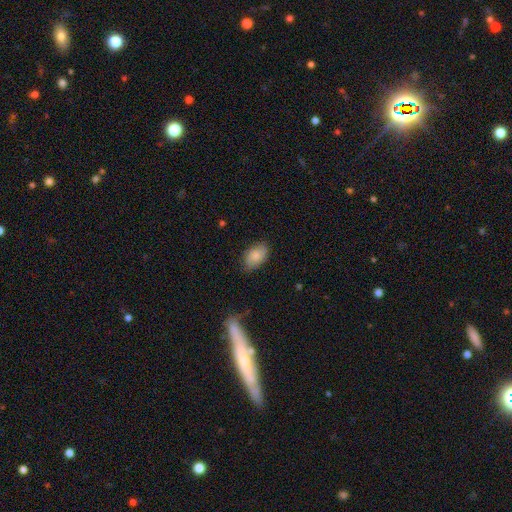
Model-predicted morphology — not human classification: smooth-or-featured: smooth: 82% | featured or disk: 11% | star or artifact: 7%
  how-rounded: in between: 90% | round: 8% | cigar-shaped: 1%
  merging: none: 77% | minor disturbance: 18% | major disturbance: 4% | merger: 1%